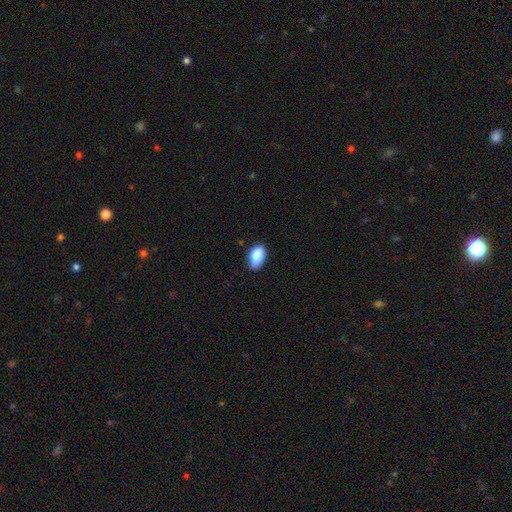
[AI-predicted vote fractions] Smooth or featured?
  - smooth: 88% *
  - star or artifact: 7%
  - featured or disk: 5%
How rounded?
  - in between: 93% *
  - round: 5%
  - cigar-shaped: 2%
Merging?
  - none: 77% *
  - minor disturbance: 20%
  - major disturbance: 3%
  - merger: 1%